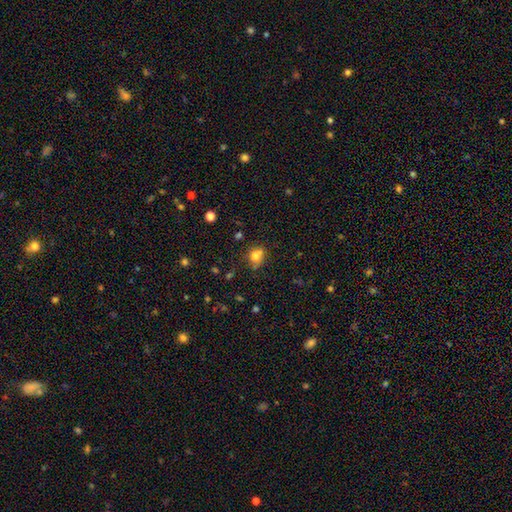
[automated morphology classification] type=smooth (71%); roundness=round (49%, tied with in between); merging=none (51%).